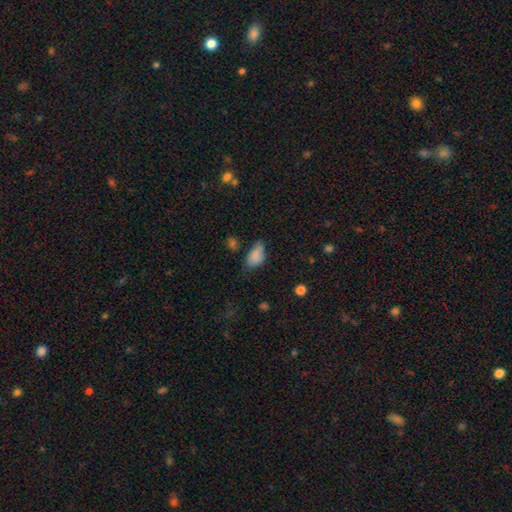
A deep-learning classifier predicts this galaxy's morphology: Overall: smooth (82%). How rounded: in between (90%). Merging: minor disturbance (41%; none 40%).